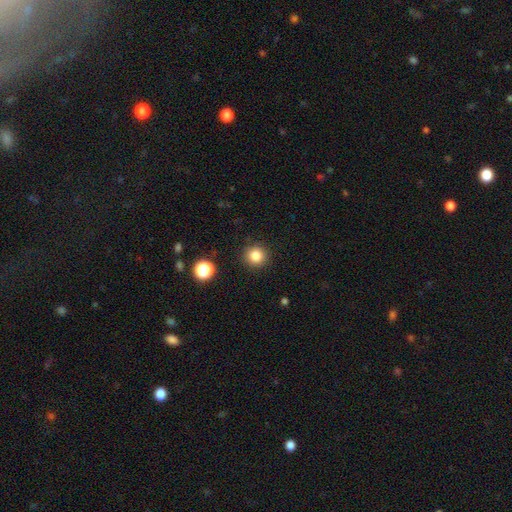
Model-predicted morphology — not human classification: Overall: smooth (83%). How rounded: round (92%). Merging: none (90%).